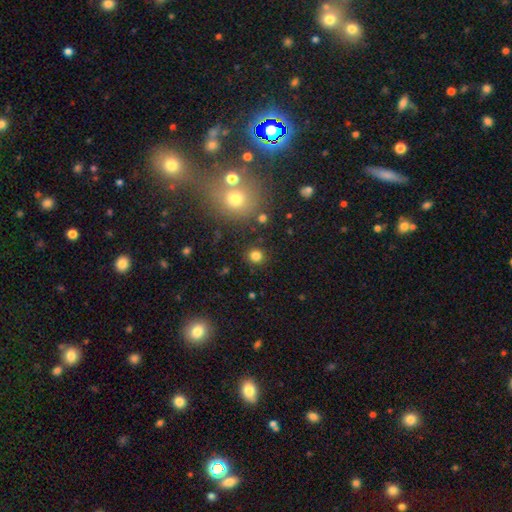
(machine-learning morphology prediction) Smooth or featured: smooth — 80% (star or artifact — 14%)
How rounded: round — 91% (in between — 8%)
Merging: none — 89% (minor disturbance — 6%)